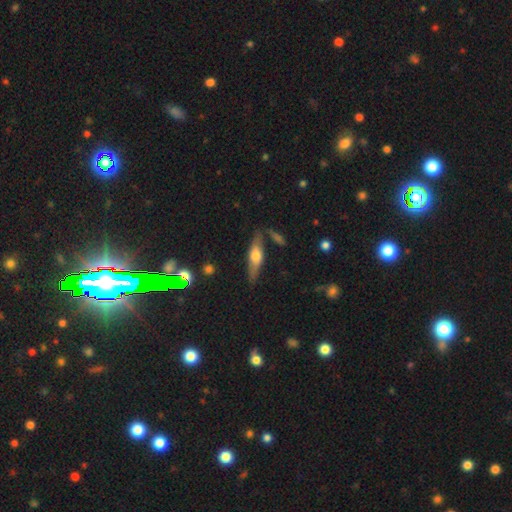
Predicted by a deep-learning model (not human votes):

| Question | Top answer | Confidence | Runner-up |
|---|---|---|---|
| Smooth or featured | featured or disk | 51% | smooth (42%) |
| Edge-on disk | yes | 87% | no (13%) |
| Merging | none | 78% | minor disturbance (15%) |